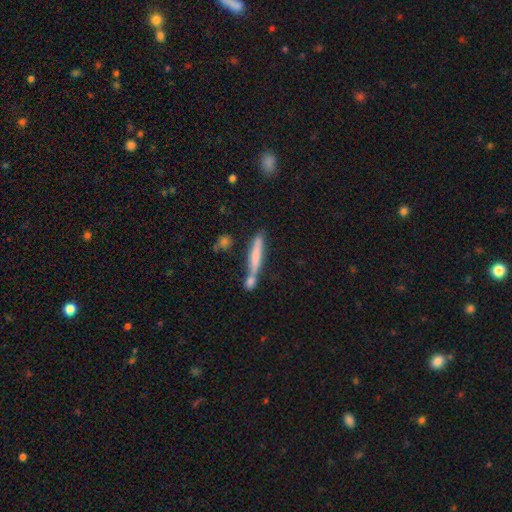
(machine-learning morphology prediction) This appears to be a smooth galaxy with no disk features (61%) that is cigar-shaped (91%). Merging: none (52%).